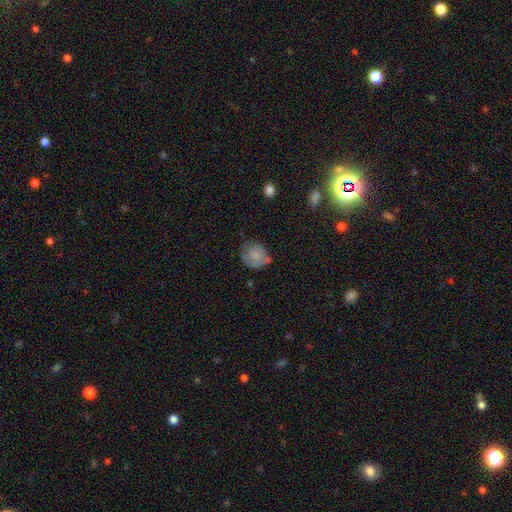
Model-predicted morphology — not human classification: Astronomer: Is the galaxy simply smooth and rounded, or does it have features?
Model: smooth — 74%.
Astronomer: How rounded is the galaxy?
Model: round — 81%.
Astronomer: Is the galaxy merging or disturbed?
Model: none — 54% (runner-up: minor disturbance, 31%).